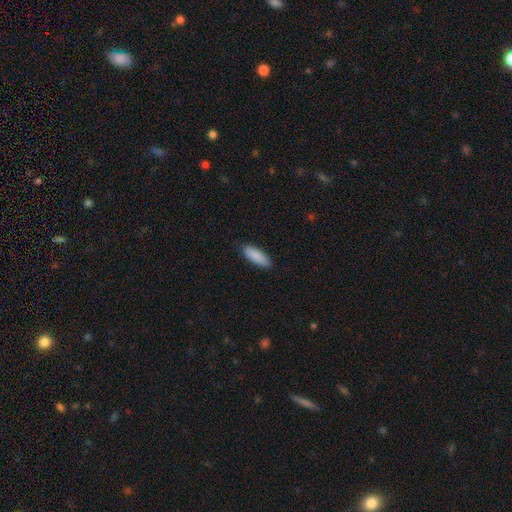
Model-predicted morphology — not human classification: Smooth or featured? Predicted: smooth (p=0.90). How rounded? Predicted: in between (p=0.58). Merging? Predicted: none (p=0.88).